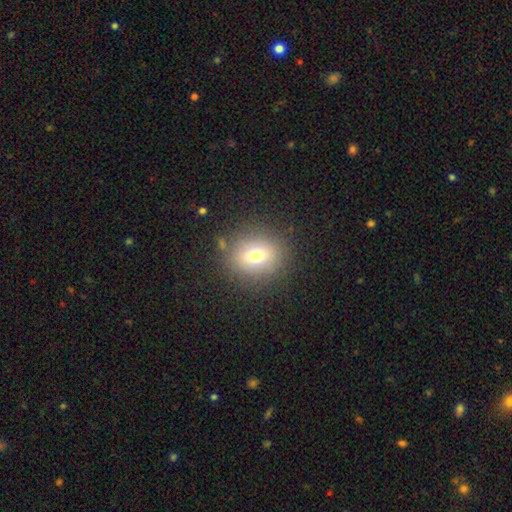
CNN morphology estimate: smooth-or-featured: smooth: 69% | featured or disk: 16% | star or artifact: 14%
  how-rounded: round: 74% | in between: 24% | cigar-shaped: 1%
  merging: none: 83% | minor disturbance: 10% | major disturbance: 5% | merger: 2%